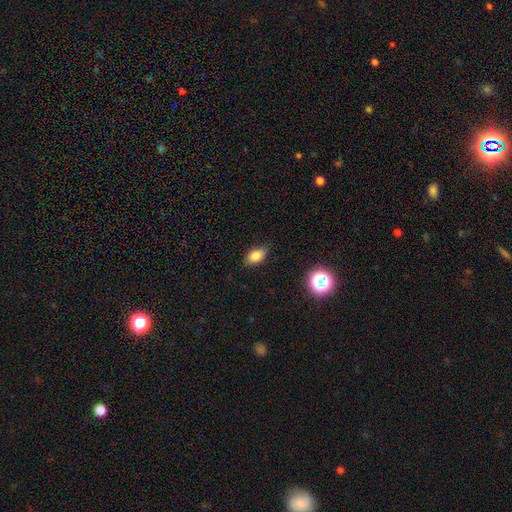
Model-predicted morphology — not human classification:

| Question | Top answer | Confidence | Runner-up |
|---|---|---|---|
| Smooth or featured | smooth | 83% | star or artifact (11%) |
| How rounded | in between | 89% | round (9%) |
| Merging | none | 84% | minor disturbance (13%) |